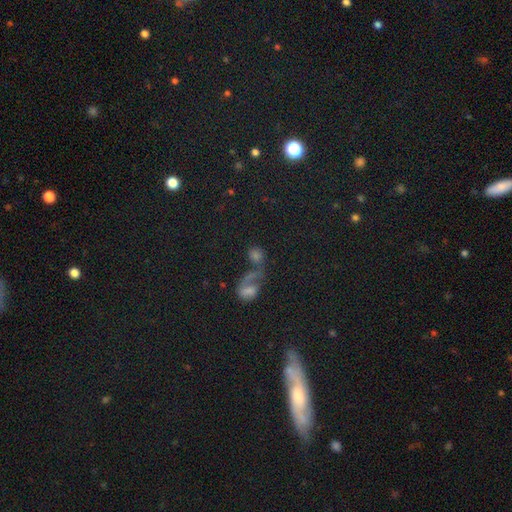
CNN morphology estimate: The model was most divided on "merging": merger: 43%, none: 34%, major disturbance: 12%, minor disturbance: 11%. More confident: how rounded — round (65%); smooth or featured — smooth (51%).